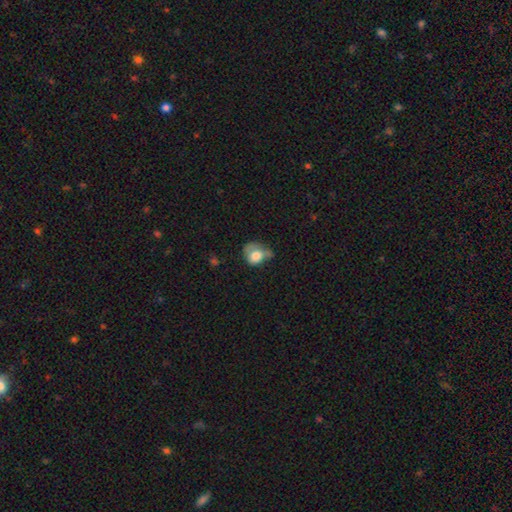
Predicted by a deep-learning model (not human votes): This is likely a smooth galaxy (69%). How rounded: possibly in between (53%). Merging: marginally major disturbance (36%).